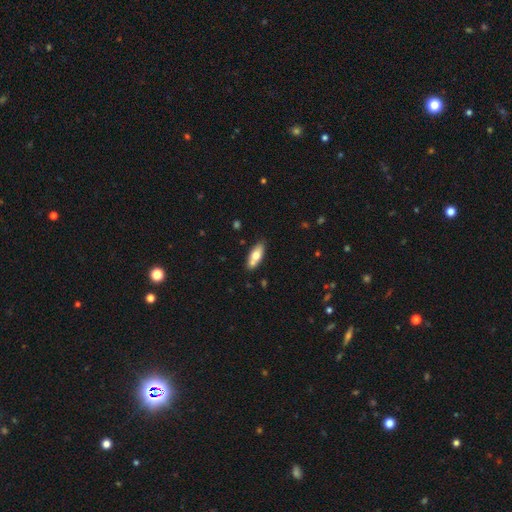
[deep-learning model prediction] smooth 66%, featured or disk 28%, star or artifact 6%. Down the decision tree: how rounded — in between (69%); merging — none (66%).